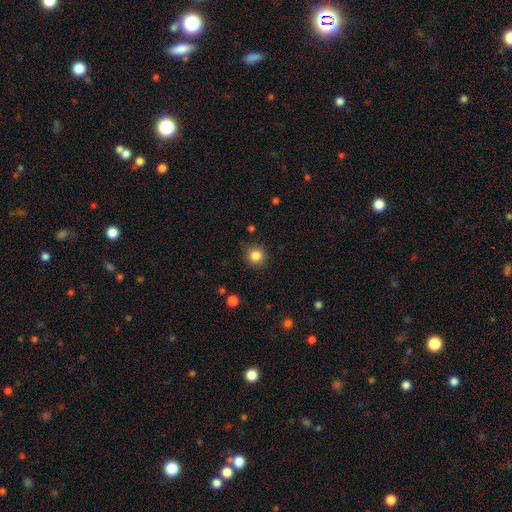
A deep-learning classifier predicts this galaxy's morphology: Smooth or featured: smooth — 84% (star or artifact — 11%)
How rounded: round — 87% (in between — 12%)
Merging: none — 87% (minor disturbance — 9%)